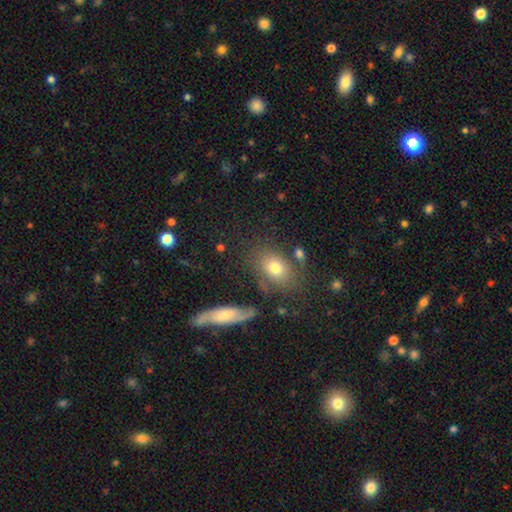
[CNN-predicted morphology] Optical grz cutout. It shows a smooth galaxy with no disk features (57%) that is in between round and cigar-shaped (65%). Merging: none (77%).